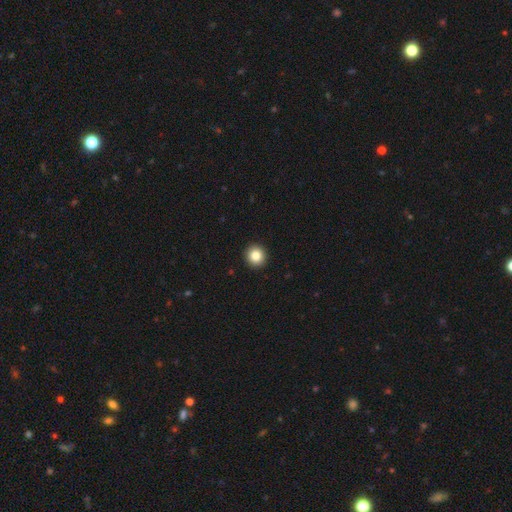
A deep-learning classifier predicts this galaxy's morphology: Q: Smooth or featured?
A: smooth (84%); runner-up: star or artifact (10%)
Q: How rounded?
A: round (94%); runner-up: in between (5%)
Q: Merging?
A: none (94%); runner-up: minor disturbance (4%)